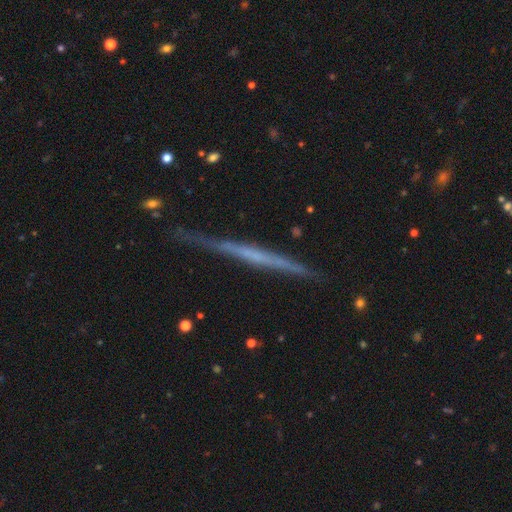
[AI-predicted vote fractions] This appears to be a featured or disk galaxy (66%) viewed edge-on (97%) with no central bulge (82%). Merging: none (82%).